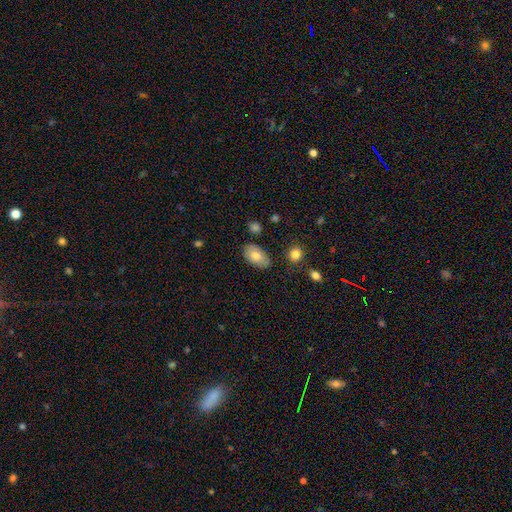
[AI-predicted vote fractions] A smooth galaxy with no disk features (76%) that is in between round and cigar-shaped (92%). Merging: none (75%).